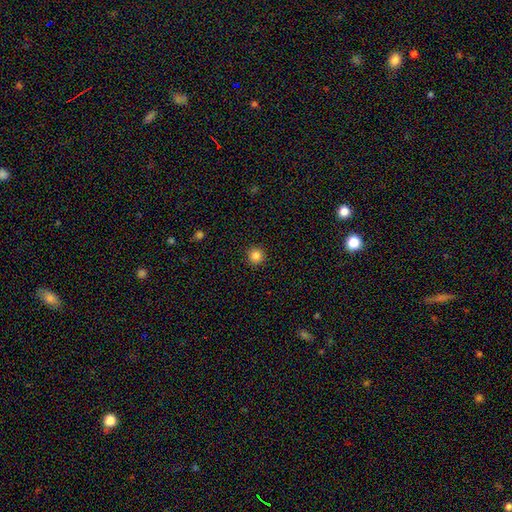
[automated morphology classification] Q: Smooth or featured?
A: smooth (85%); runner-up: star or artifact (11%)
Q: How rounded?
A: round (96%); runner-up: in between (3%)
Q: Merging?
A: none (93%); runner-up: minor disturbance (5%)